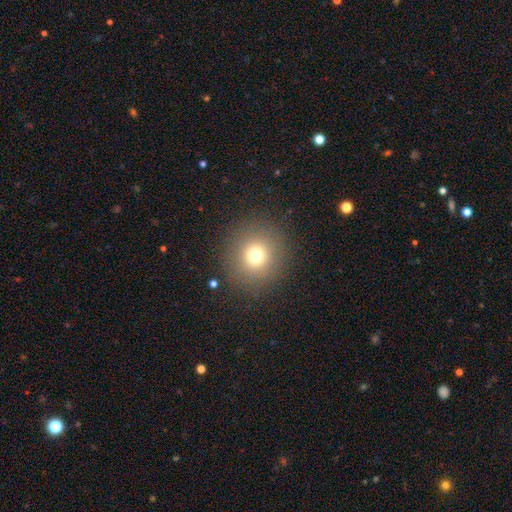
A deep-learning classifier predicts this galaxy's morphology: smooth 73%, star or artifact 17%, featured or disk 11%. Down the decision tree: how rounded — round (90%); merging — none (88%).